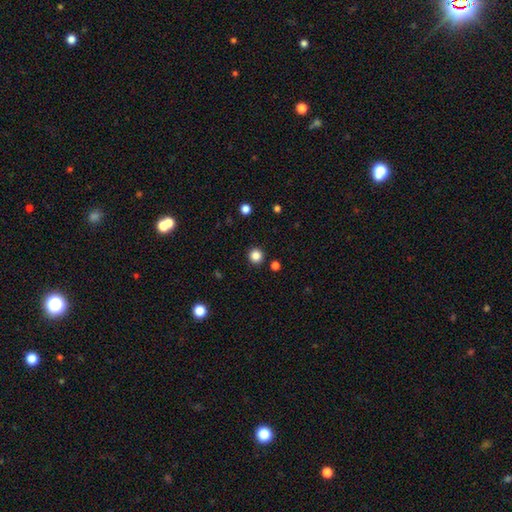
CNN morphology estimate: smooth-or-featured: smooth: 84% | star or artifact: 12% | featured or disk: 4%
  how-rounded: round: 95% | in between: 4% | cigar-shaped: 1%
  merging: none: 92% | minor disturbance: 5% | major disturbance: 2% | merger: 2%